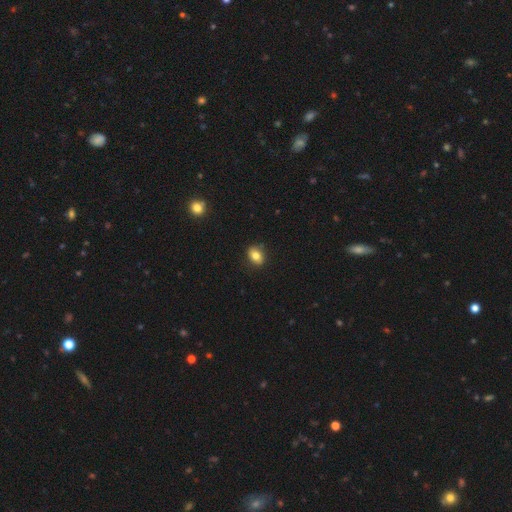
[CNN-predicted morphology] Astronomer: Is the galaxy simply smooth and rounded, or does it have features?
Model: smooth — 79%.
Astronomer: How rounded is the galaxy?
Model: in between — 68%.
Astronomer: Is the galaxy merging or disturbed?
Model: none — 82%.